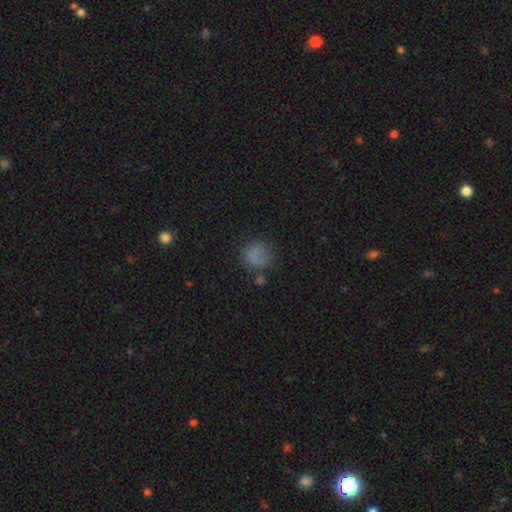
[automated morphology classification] smooth 73%, star or artifact 17%, featured or disk 10%. Down the decision tree: how rounded — round (81%); merging — none (62%).